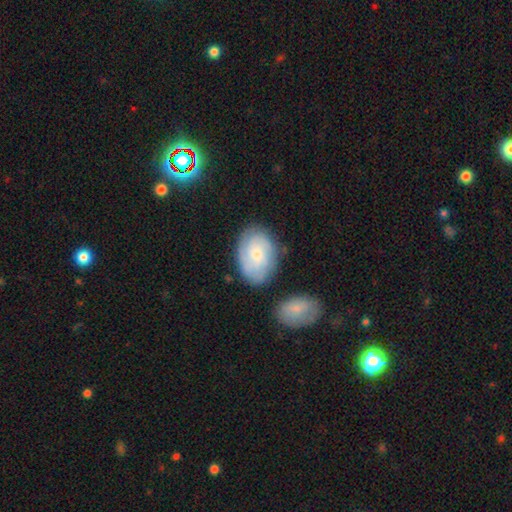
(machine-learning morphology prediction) This is possibly a featured or disk galaxy (59%). It is clearly not viewed edge-on (96%). Bar: likely no (73%). Spiral arm pattern: clearly yes (87%). Central bulge: possibly small (58%). Merging: likely none (73%).